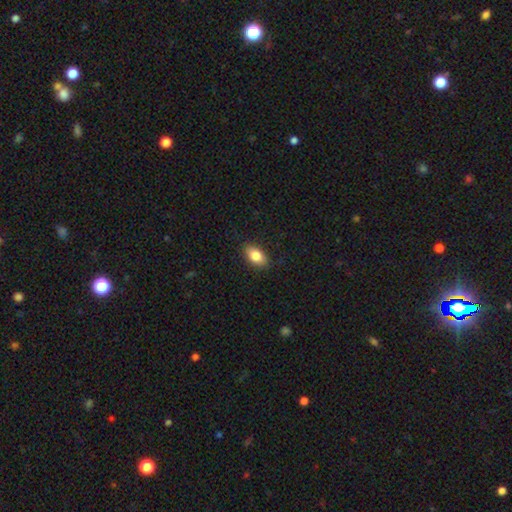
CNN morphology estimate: This is clearly a smooth galaxy (83%). How rounded: clearly in between (90%). Merging: clearly none (87%).